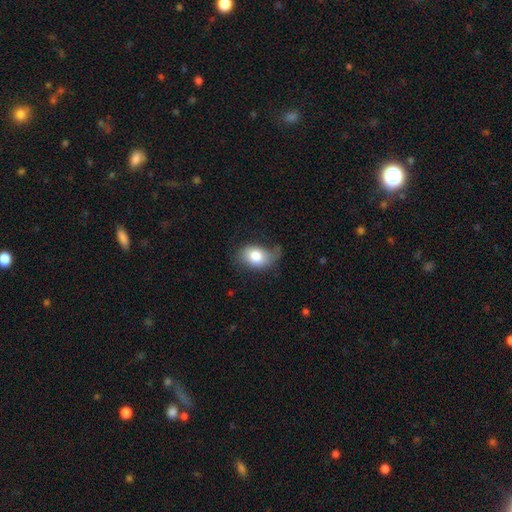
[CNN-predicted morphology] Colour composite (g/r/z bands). It shows a smooth galaxy with no disk features (76%) that is in between round and cigar-shaped (75%). Merging: none (44%).